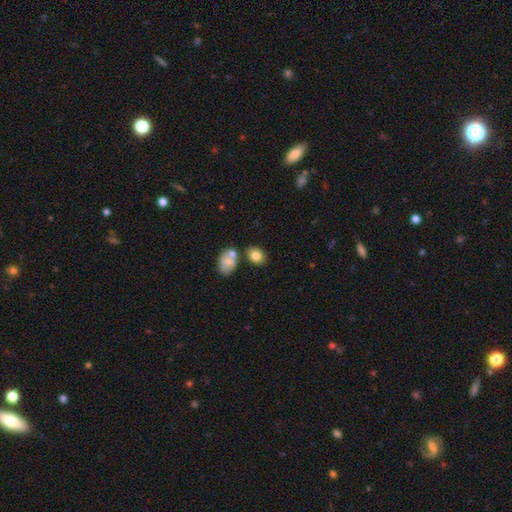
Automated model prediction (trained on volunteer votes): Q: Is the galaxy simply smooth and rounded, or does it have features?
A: smooth — 80%.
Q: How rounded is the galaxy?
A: in between — 60%.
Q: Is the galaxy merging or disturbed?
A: none — 65%.